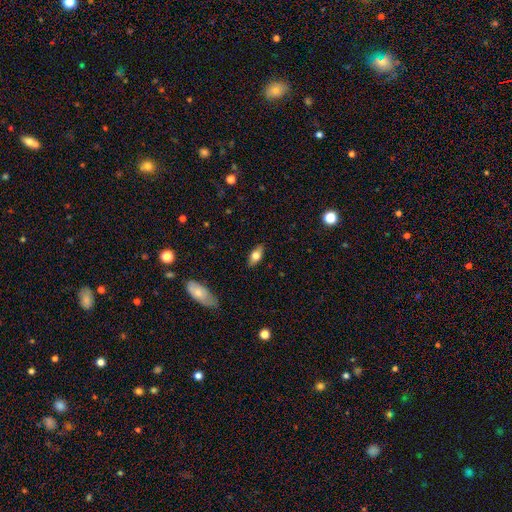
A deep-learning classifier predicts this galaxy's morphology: A smooth galaxy with no disk features (66%) that is in between round and cigar-shaped (82%).

Vote fractions:
- Smooth or featured? smooth: 66% / featured or disk: 26% / star or artifact: 7%
- How rounded? in between: 82% / cigar-shaped: 14% / round: 4%
- Merging? none: 85% / minor disturbance: 11% / major disturbance: 2% / merger: 1%